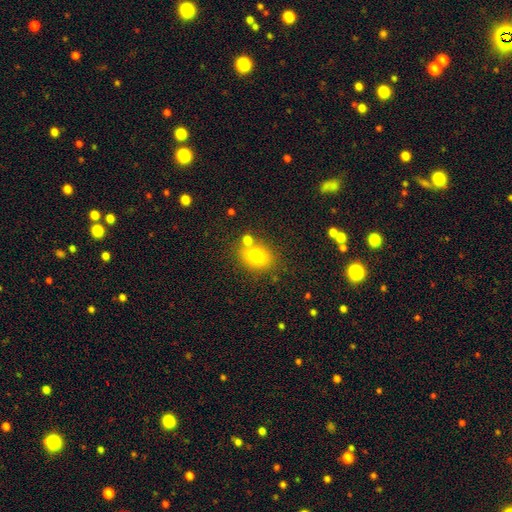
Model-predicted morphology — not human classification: A smooth galaxy with no disk features (77%) that is in between round and cigar-shaped (55%).

Vote fractions:
- Smooth or featured? smooth: 77% / star or artifact: 12% / featured or disk: 12%
- How rounded? in between: 55% / round: 44% / cigar-shaped: 1%
- Merging? none: 70% / merger: 15% / minor disturbance: 12% / major disturbance: 4%